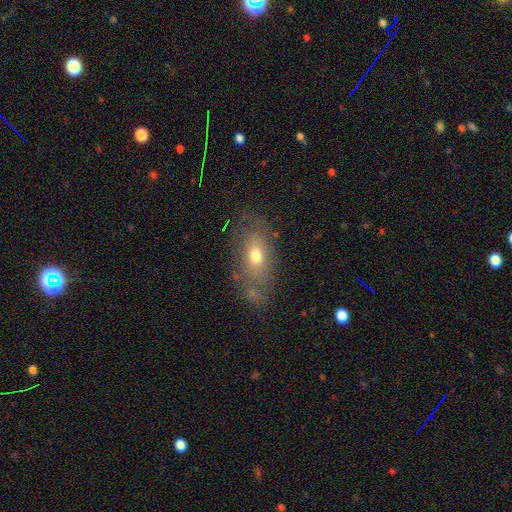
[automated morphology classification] Smooth or featured? smooth (57%)
How rounded? in between (83%)
Merging? none (69%)